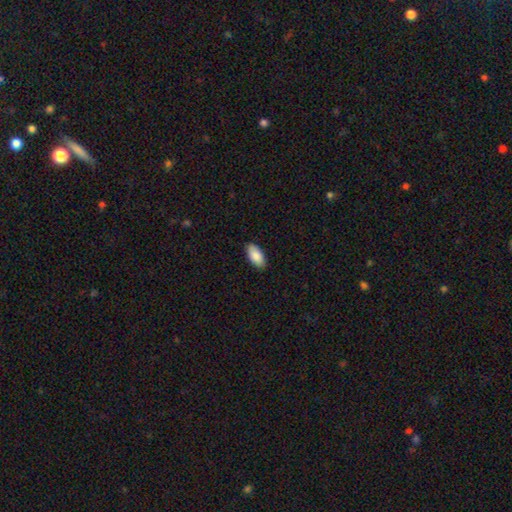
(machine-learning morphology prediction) A smooth galaxy with no disk features (88%) that is in between round and cigar-shaped (93%). Merging: none (88%).